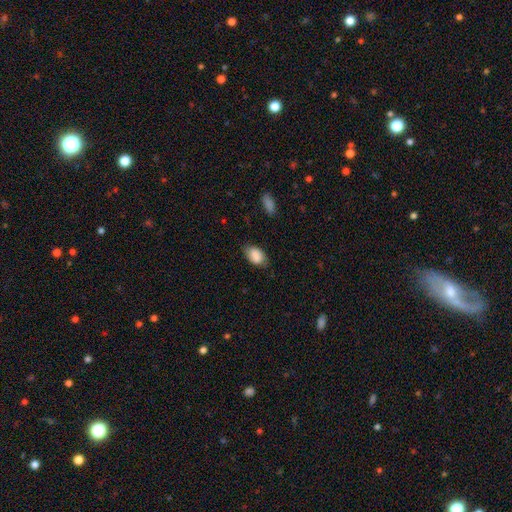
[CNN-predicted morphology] This is clearly a smooth galaxy (86%). How rounded: clearly in between (90%). Merging: likely none (74%).